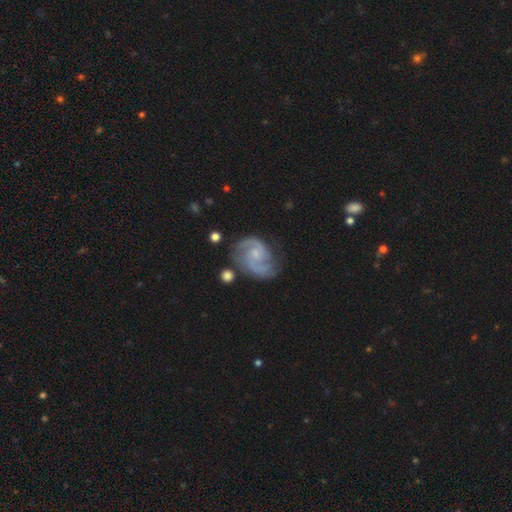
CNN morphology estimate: This is clearly a featured or disk galaxy (88%). It is clearly not viewed edge-on (98%). Bar: possibly no (57%). Spiral arm pattern: clearly yes (97%). Spiral arm count: clearly 2 (88%). Spiral winding: possibly medium (55%). Central bulge: possibly small (59%). Merging: likely none (70%).